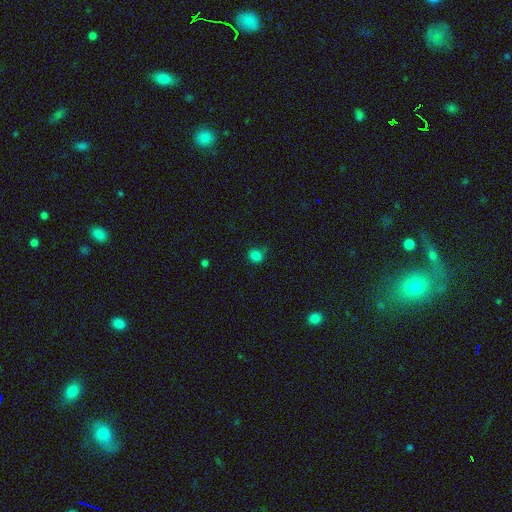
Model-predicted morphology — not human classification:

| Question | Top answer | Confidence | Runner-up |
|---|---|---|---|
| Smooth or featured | smooth | 82% | star or artifact (14%) |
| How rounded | round | 88% | in between (11%) |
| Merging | none | 81% | minor disturbance (14%) |